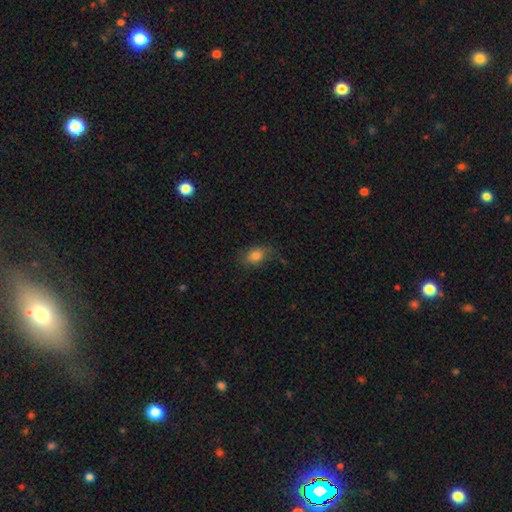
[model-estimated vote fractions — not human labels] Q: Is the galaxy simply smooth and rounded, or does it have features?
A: smooth — 79%.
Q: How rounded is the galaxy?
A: in between — 75%.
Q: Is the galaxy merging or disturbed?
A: none — 67%.